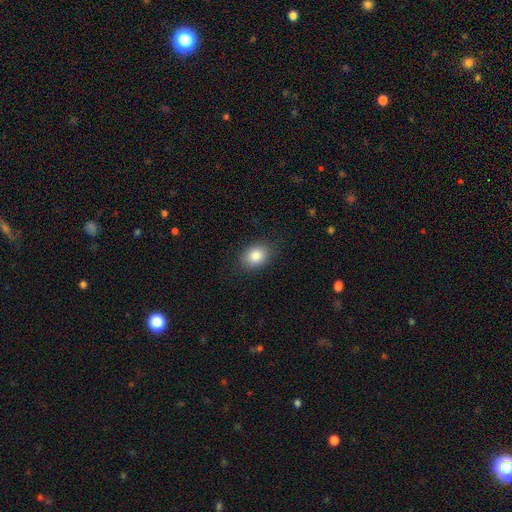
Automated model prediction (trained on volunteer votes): smooth 85%, star or artifact 9%, featured or disk 6%. Down the decision tree: how rounded — in between (66%); merging — none (87%).